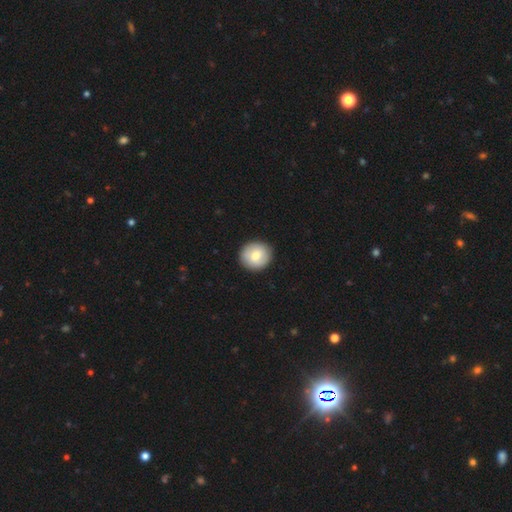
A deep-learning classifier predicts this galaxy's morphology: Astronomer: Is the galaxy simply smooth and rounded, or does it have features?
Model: smooth — 76%.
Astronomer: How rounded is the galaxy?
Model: round — 90%.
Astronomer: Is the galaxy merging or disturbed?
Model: none — 91%.